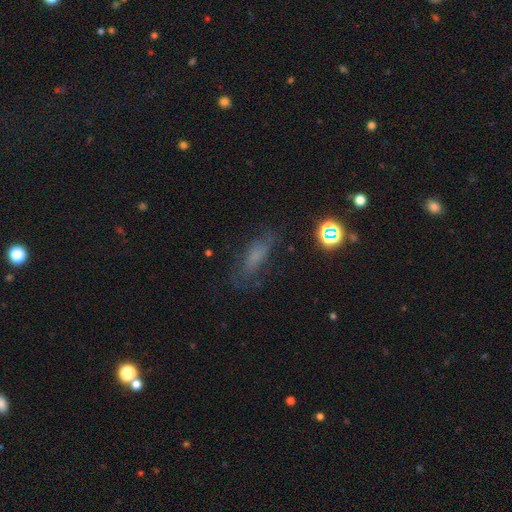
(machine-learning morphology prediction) Q: Smooth or featured?
A: smooth (49%); runner-up: featured or disk (28%)
Q: Merging?
A: none (61%); runner-up: minor disturbance (22%)